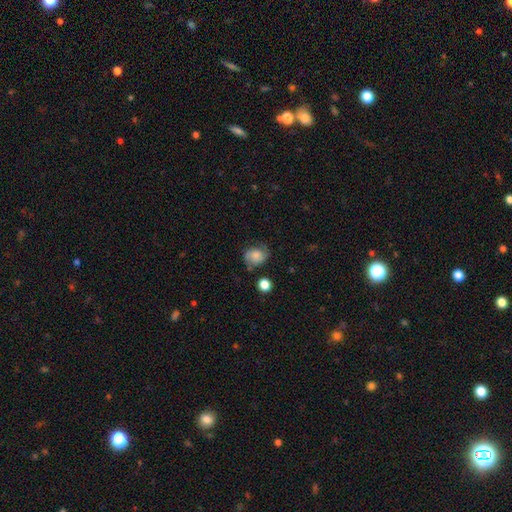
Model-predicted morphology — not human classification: A smooth galaxy with no disk features (54%) that is round (54%). Merging: none (62%).